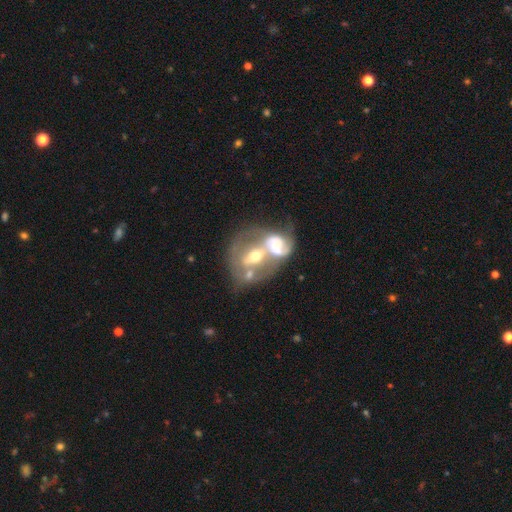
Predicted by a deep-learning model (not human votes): Smooth or featured? Predicted: featured or disk (p=0.62). Edge-on disk? Predicted: no (p=0.95). Bar? Predicted: no (p=0.68). Spiral arms? Predicted: no (p=0.57). Bulge size? Predicted: moderate (p=0.58). Merging? Predicted: merger (p=0.70).